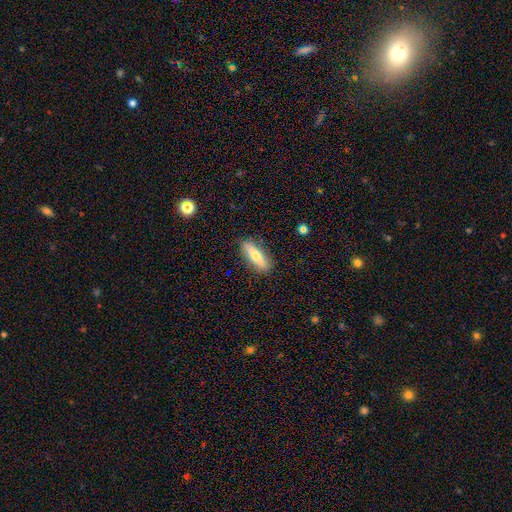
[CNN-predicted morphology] type=smooth (62%); roundness=cigar-shaped (58%); merging=none (87%).